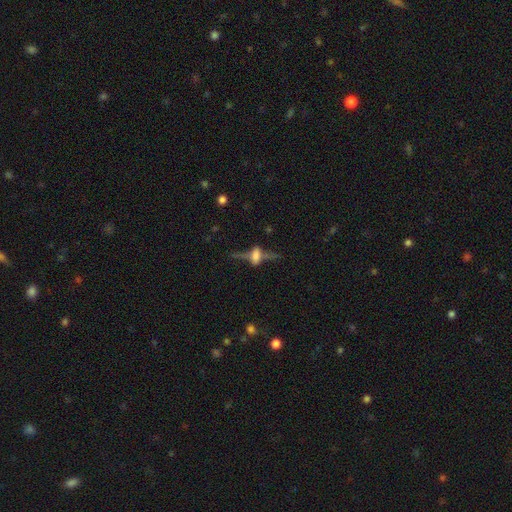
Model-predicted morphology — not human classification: Smooth or featured?
  - featured or disk: 73% *
  - smooth: 16%
  - star or artifact: 12%
Edge-on disk?
  - yes: 89% *
  - no: 11%
Edge-on bulge?
  - rounded: 81% *
  - boxy: 16%
  - none: 3%
Merging?
  - none: 65% *
  - minor disturbance: 17%
  - major disturbance: 14%
  - merger: 5%